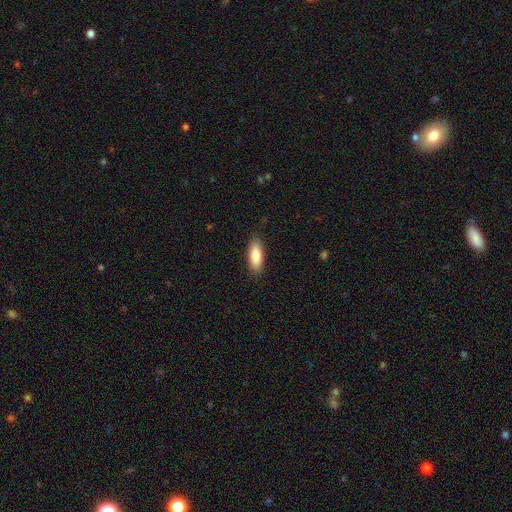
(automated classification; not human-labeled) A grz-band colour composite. It shows a smooth galaxy with no disk features (86%) that is in between round and cigar-shaped (64%). Merging: none (87%).